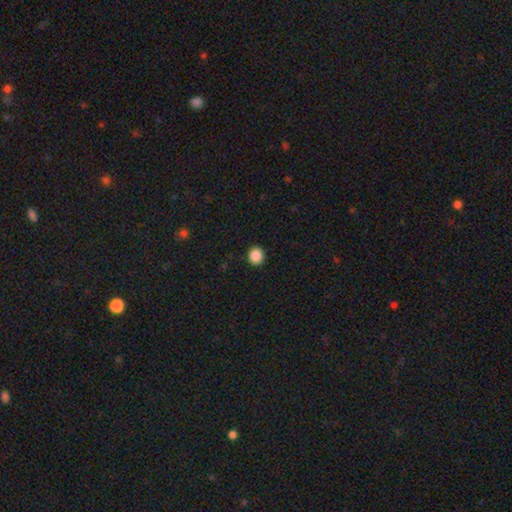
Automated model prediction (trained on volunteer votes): This is clearly a smooth galaxy (89%). How rounded: clearly round (88%). Merging: clearly none (93%).